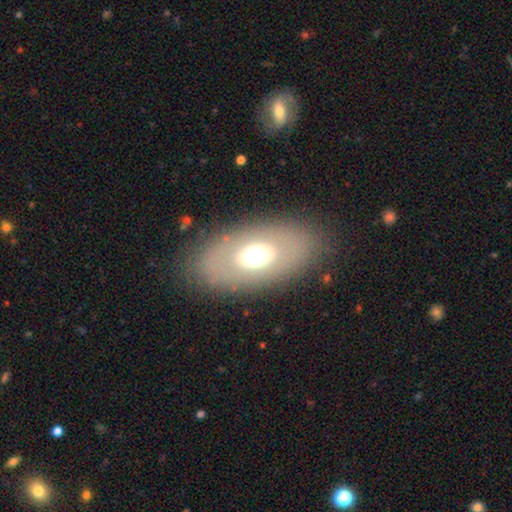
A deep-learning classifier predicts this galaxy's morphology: Smooth or featured? Predicted: smooth (p=0.55). How rounded? Predicted: in between (p=0.88). Merging? Predicted: none (p=0.83).